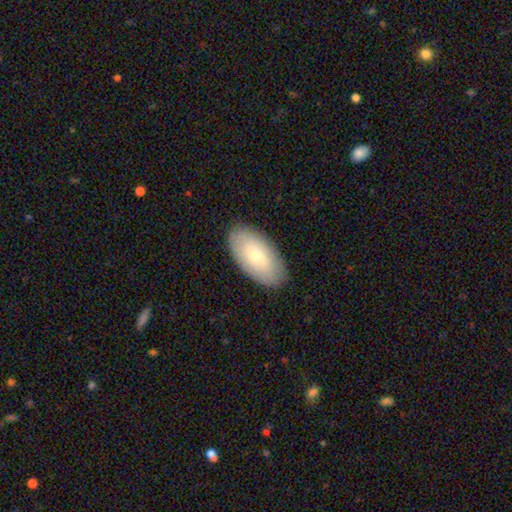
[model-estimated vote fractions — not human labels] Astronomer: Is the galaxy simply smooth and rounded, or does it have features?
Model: smooth — 74%.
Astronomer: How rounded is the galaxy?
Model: in between — 95%.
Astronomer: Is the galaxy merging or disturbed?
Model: none — 87%.